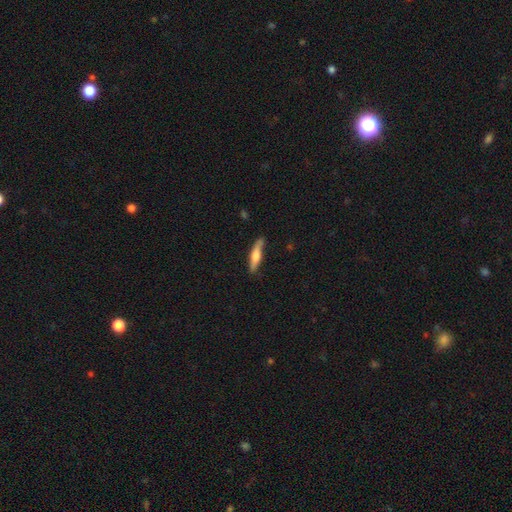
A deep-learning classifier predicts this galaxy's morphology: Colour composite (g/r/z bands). It shows a smooth galaxy with no disk features (57%) that is cigar-shaped (80%). Merging: none (74%).